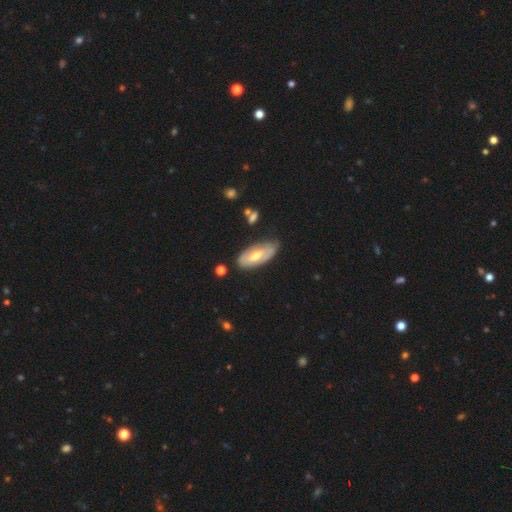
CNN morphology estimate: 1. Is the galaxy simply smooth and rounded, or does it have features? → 55% featured or disk, 40% smooth, 5% star or artifact.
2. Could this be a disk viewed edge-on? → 84% no, 16% yes.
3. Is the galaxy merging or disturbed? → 68% none, 24% minor disturbance, 6% major disturbance, 3% merger.